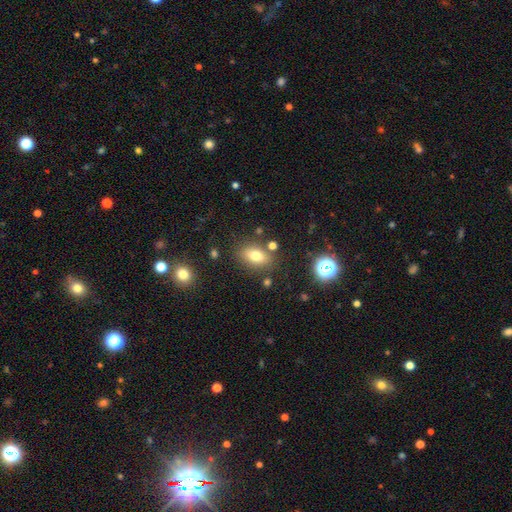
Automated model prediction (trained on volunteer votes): Smooth or featured: smooth — 74% (featured or disk — 14%)
How rounded: in between — 80% (round — 16%)
Merging: none — 78% (minor disturbance — 12%)